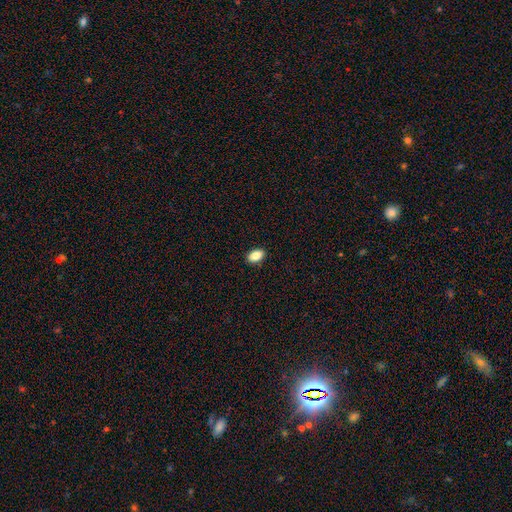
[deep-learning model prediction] A smooth galaxy with no disk features (86%) that is in between round and cigar-shaped (90%).

Vote fractions:
- Smooth or featured? smooth: 86% / star or artifact: 8% / featured or disk: 6%
- How rounded? in between: 90% / round: 8% / cigar-shaped: 2%
- Merging? none: 90% / minor disturbance: 7% / major disturbance: 2% / merger: 1%